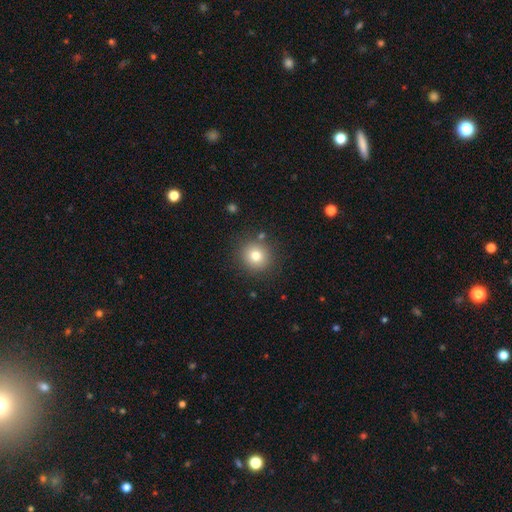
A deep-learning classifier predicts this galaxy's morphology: The model was most divided on "smooth or featured": smooth: 78%, star or artifact: 12%, featured or disk: 10%. More confident: how rounded — round (91%); merging — none (86%).